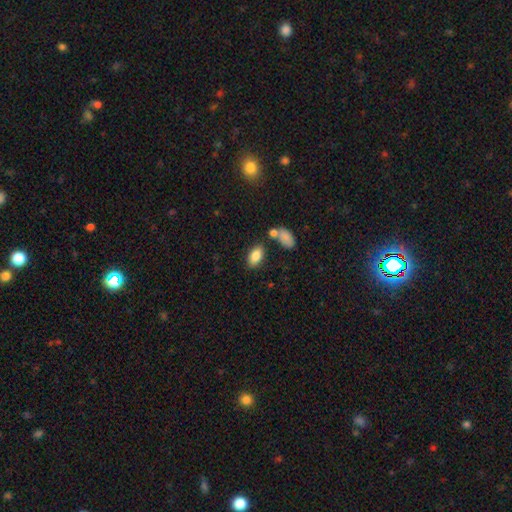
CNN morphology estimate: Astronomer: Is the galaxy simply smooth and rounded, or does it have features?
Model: smooth — 85%.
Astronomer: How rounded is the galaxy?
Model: in between — 92%.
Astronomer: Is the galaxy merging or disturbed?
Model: none — 74%.